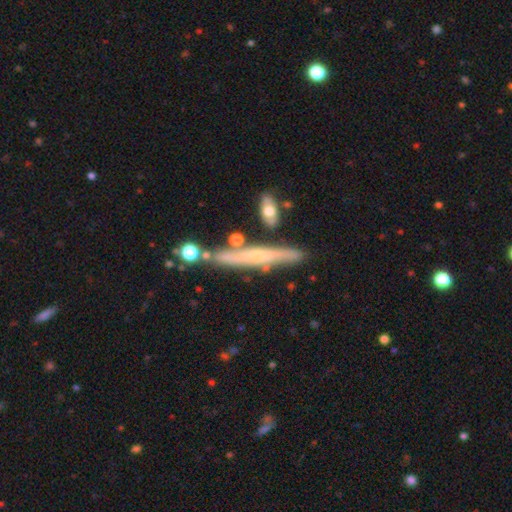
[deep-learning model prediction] The model was most divided on "edge-on bulge": none: 51%, rounded: 41%, boxy: 7%. More confident: edge-on disk — yes (86%); merging — none (71%); smooth or featured — featured or disk (61%).